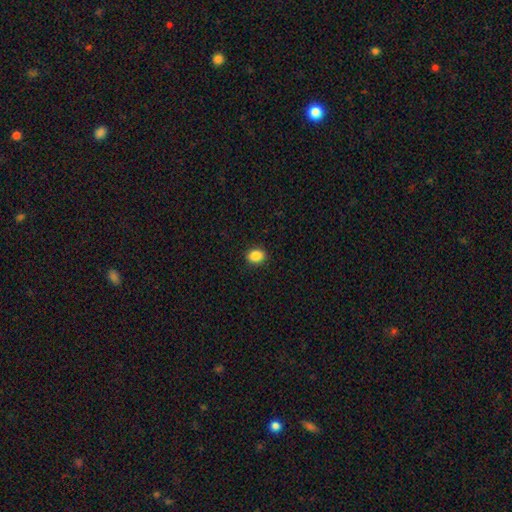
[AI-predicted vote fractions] This appears to be a smooth galaxy with no disk features (87%) that is round (50%). Merging: none (90%).